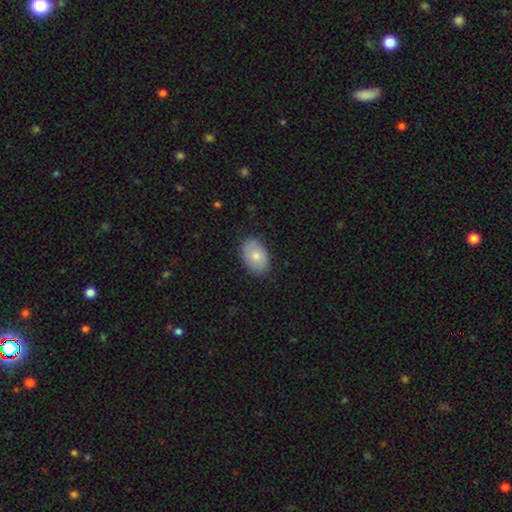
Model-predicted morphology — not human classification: A smooth galaxy with no disk features (77%) that is in between round and cigar-shaped (86%).

Vote fractions:
- Smooth or featured? smooth: 77% / featured or disk: 17% / star or artifact: 6%
- How rounded? in between: 86% / round: 13% / cigar-shaped: 1%
- Merging? none: 84% / minor disturbance: 13% / major disturbance: 3% / merger: 1%